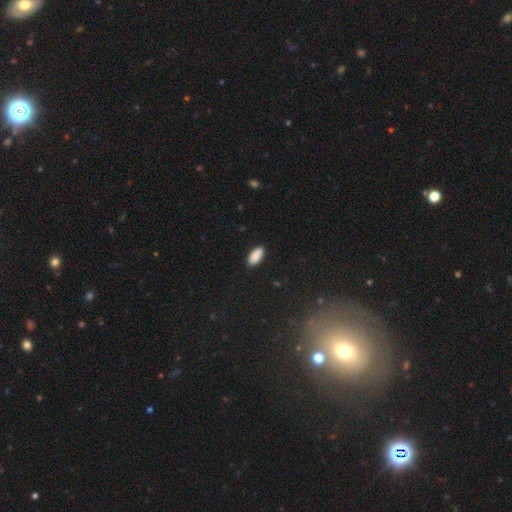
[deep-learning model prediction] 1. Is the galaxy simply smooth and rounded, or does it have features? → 90% smooth, 6% star or artifact, 4% featured or disk.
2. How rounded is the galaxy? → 91% in between, 7% cigar-shaped, 2% round.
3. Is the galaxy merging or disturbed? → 88% none, 9% minor disturbance, 2% major disturbance, 1% merger.